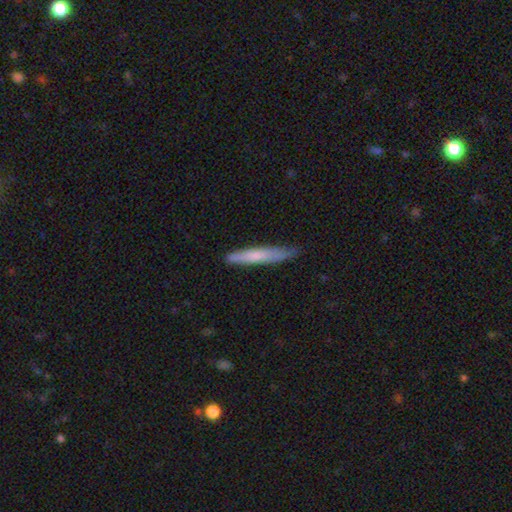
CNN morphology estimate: This appears to be a smooth galaxy with no disk features (68%) that is cigar-shaped (94%). Merging: none (76%).